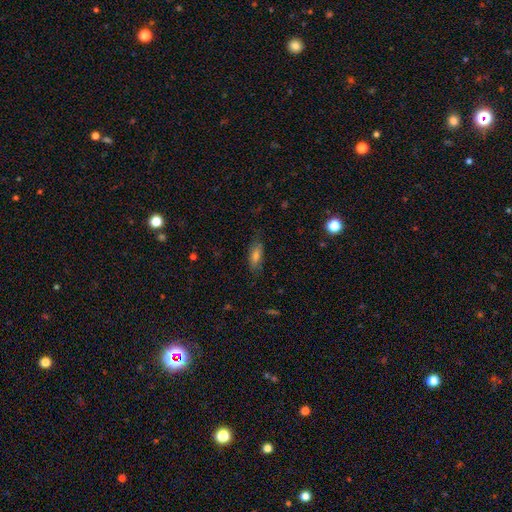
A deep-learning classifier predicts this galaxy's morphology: This is likely a smooth galaxy (70%). How rounded: likely in between (68%). Merging: likely none (78%).